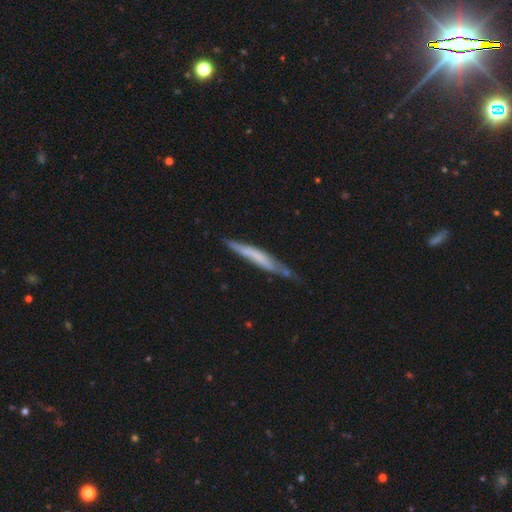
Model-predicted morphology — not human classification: featured or disk 48%, smooth 46%, star or artifact 6%. Down the decision tree: merging — none (59%).